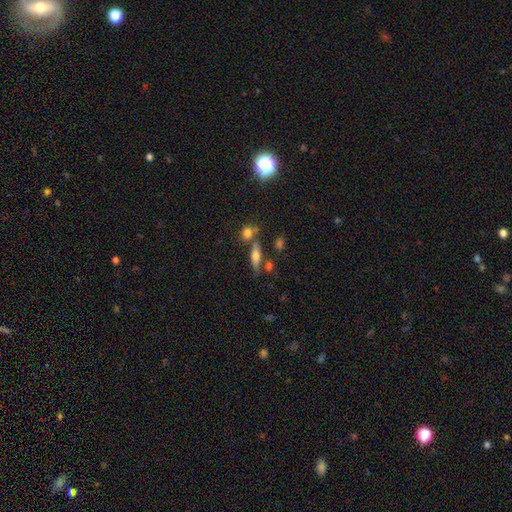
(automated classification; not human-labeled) A smooth galaxy with no disk features (54%) that is cigar-shaped (54%).

Vote fractions:
- Smooth or featured? smooth: 54% / featured or disk: 36% / star or artifact: 9%
- How rounded? cigar-shaped: 54% / in between: 41% / round: 5%
- Merging? none: 66% / merger: 17% / minor disturbance: 13% / major disturbance: 5%